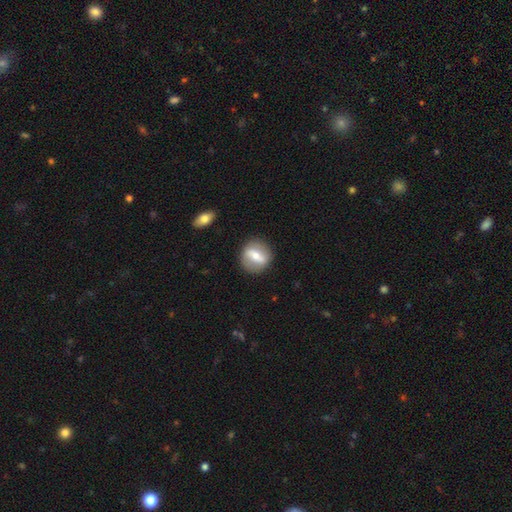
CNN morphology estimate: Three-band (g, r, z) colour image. It shows a featured or disk galaxy (52%). Merging: none (86%).